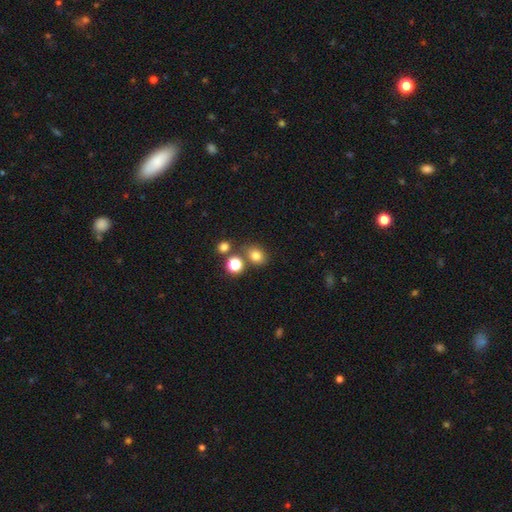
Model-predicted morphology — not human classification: smooth 78%, star or artifact 15%, featured or disk 7%. Down the decision tree: how rounded — round (59%); merging — none (71%).